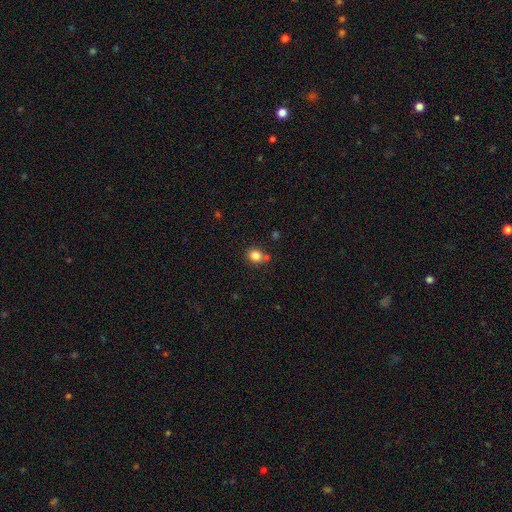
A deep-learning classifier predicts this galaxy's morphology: Q: Smooth or featured?
A: smooth (83%); runner-up: star or artifact (11%)
Q: How rounded?
A: round (70%); runner-up: in between (29%)
Q: Merging?
A: none (70%); runner-up: minor disturbance (15%)